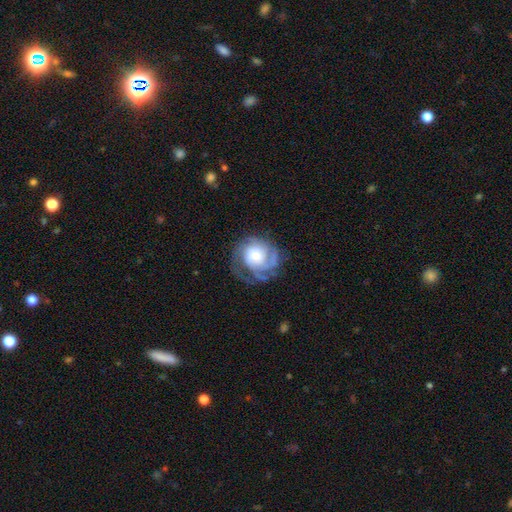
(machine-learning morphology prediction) Q: Smooth or featured?
A: featured or disk (80%); runner-up: smooth (14%)
Q: Edge-on disk?
A: no (98%); runner-up: yes (2%)
Q: Bar?
A: no (74%); runner-up: weak (21%)
Q: Spiral arms?
A: yes (95%); runner-up: no (5%)
Q: Spiral winding?
A: tight (59%); runner-up: medium (32%)
Q: Spiral arm count?
A: 3 (32%); runner-up: can't tell (25%)
Q: Bulge size?
A: large (39%); runner-up: moderate (31%)
Q: Merging?
A: none (65%); runner-up: minor disturbance (19%)